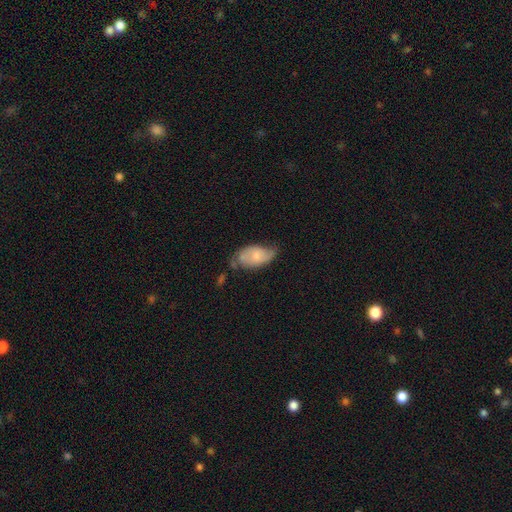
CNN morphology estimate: This is possibly a featured or disk galaxy (48%). Merging: marginally none (45%).